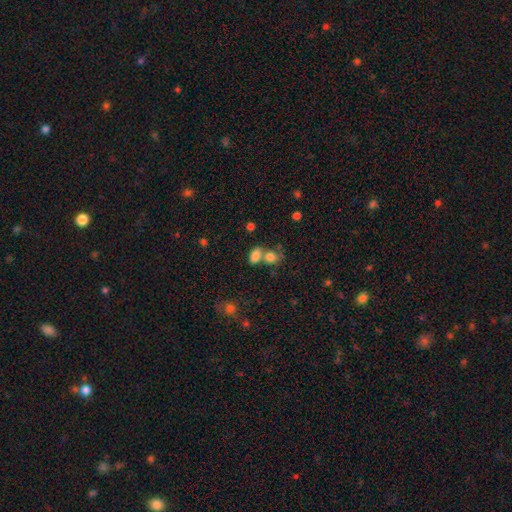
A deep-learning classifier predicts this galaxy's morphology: The model was most divided on "merging": merger: 48%, none: 38%, minor disturbance: 10%, major disturbance: 5%. More confident: smooth or featured — smooth (80%); how rounded — in between (78%).